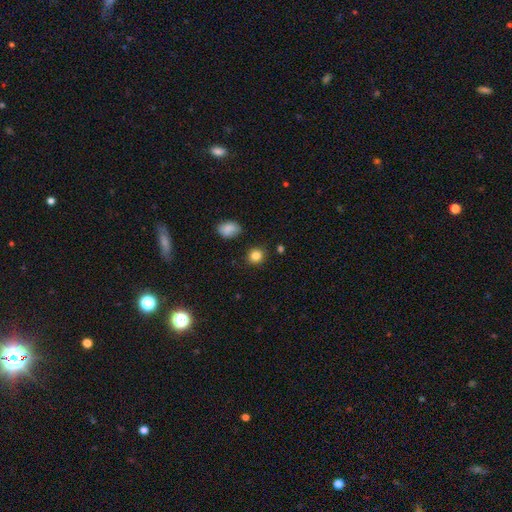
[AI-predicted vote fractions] smooth 84%, star or artifact 11%, featured or disk 5%. Down the decision tree: how rounded — round (83%); merging — none (86%).